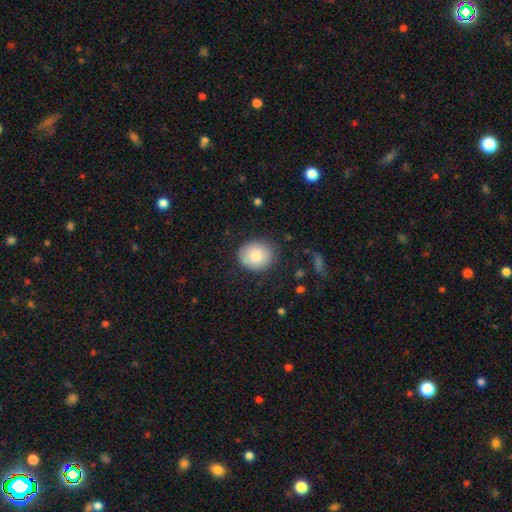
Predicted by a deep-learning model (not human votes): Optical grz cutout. It shows a smooth galaxy with no disk features (83%) that is round (71%). Merging: none (83%).